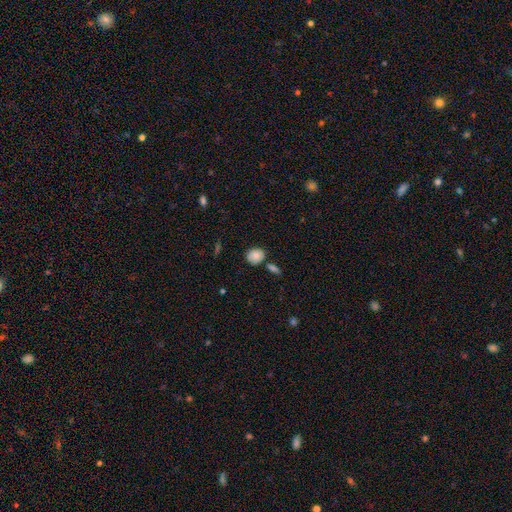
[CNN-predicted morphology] Smooth or featured: smooth — 84% (star or artifact — 8%)
How rounded: round — 66% (in between — 33%)
Merging: none — 72% (minor disturbance — 14%)